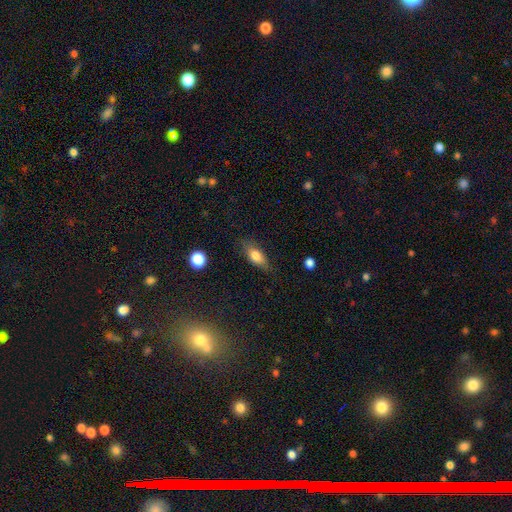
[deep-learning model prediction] This is likely a smooth galaxy (72%). How rounded: likely in between (73%). Merging: likely none (75%).